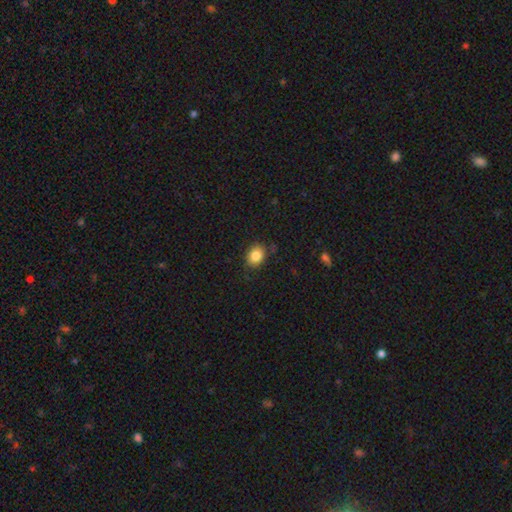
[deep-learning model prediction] Morphology: type=smooth (84%); roundness=in between (54%); merging=none (80%).